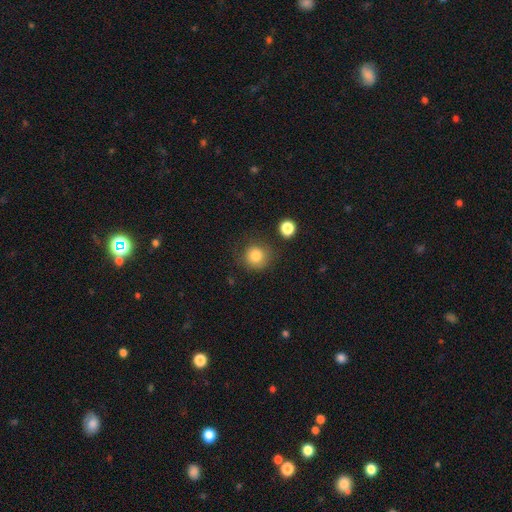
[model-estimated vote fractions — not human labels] This appears to be a smooth galaxy with no disk features (82%) that is round (91%). Merging: none (77%).